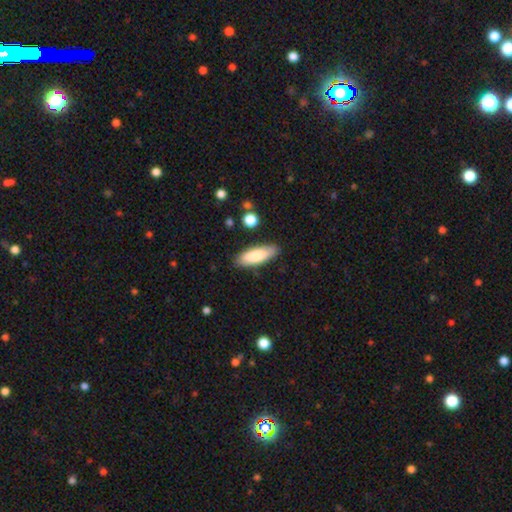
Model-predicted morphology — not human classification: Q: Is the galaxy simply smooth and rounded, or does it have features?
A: smooth — 83%.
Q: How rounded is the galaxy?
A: in between — 58%.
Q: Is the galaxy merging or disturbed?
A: none — 86%.